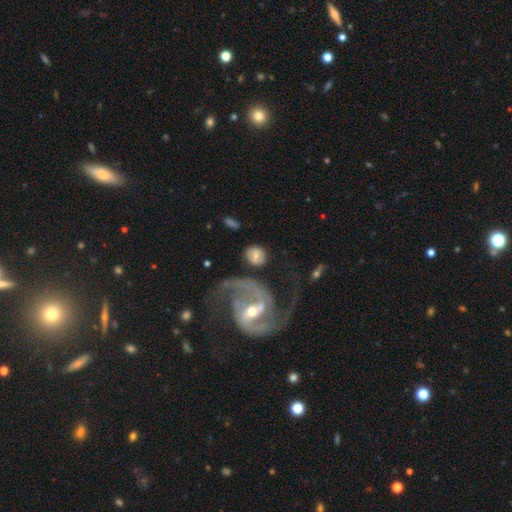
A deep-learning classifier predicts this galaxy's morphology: This is possibly a smooth galaxy (46%, tied with featured or disk). Merging: possibly none (59%).